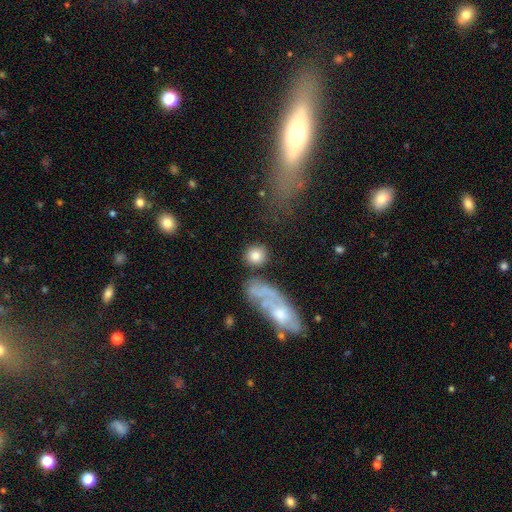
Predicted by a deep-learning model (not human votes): This is likely a smooth galaxy (80%). How rounded: clearly round (84%). Merging: likely none (71%).